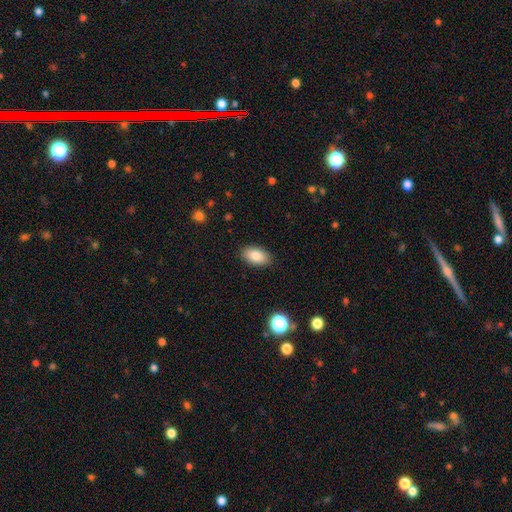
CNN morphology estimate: Smooth or featured? Predicted: smooth (p=0.85). How rounded? Predicted: in between (p=0.93). Merging? Predicted: none (p=0.88).